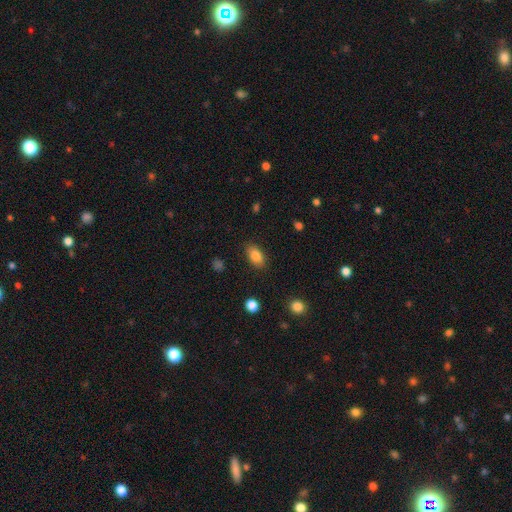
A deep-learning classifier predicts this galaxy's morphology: Smooth or featured? Predicted: smooth (p=0.84). How rounded? Predicted: in between (p=0.89). Merging? Predicted: none (p=0.85).